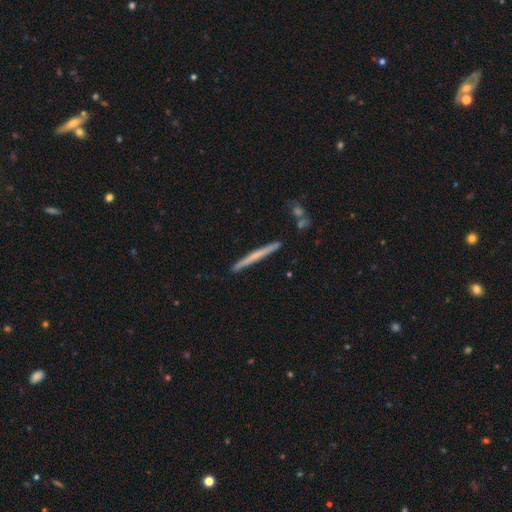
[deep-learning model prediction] Morphology: type=featured or disk (49%); merging=none (91%).